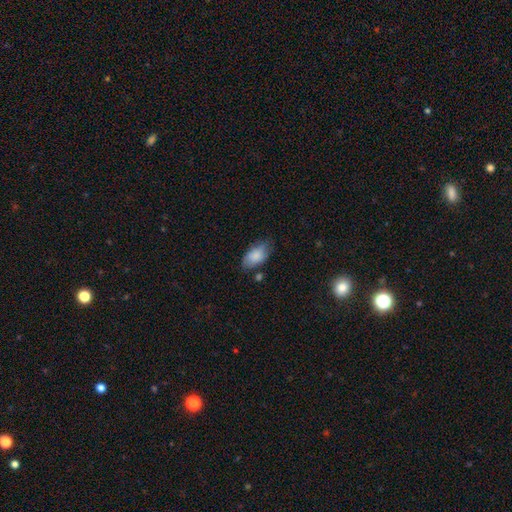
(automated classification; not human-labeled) Smooth or featured: smooth — 83% (featured or disk — 10%)
How rounded: in between — 93% (round — 4%)
Merging: none — 65% (minor disturbance — 24%)